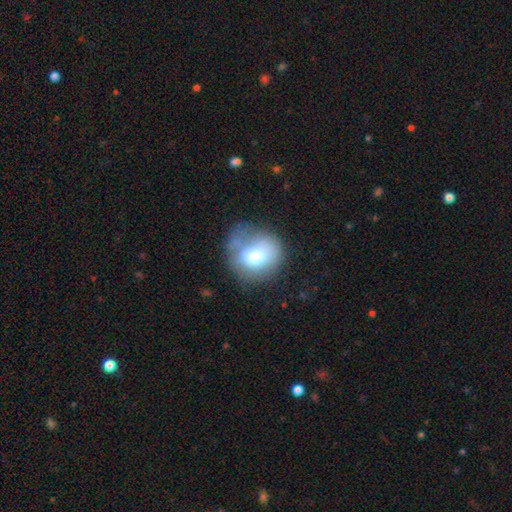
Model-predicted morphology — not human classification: Smooth or featured? smooth (69%)
How rounded? round (73%)
Merging? none (48%)